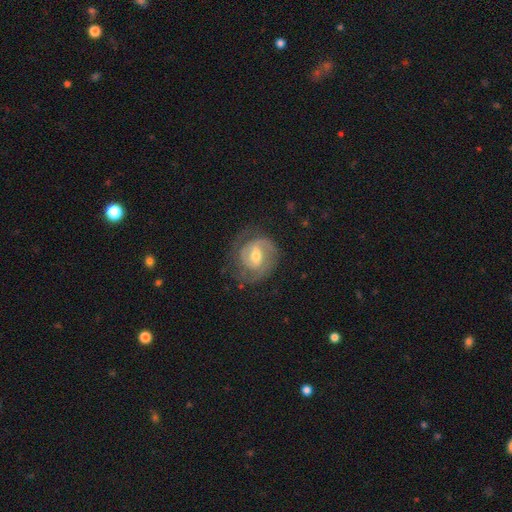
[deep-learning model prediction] featured or disk 82%, smooth 13%, star or artifact 5%. Down the decision tree: edge-on disk — no (97%); bar — weak (53%); spiral arms — yes (92%); spiral arm count — 2 (72%); spiral winding — tight (52%); bulge size — moderate (69%); merging — none (69%).